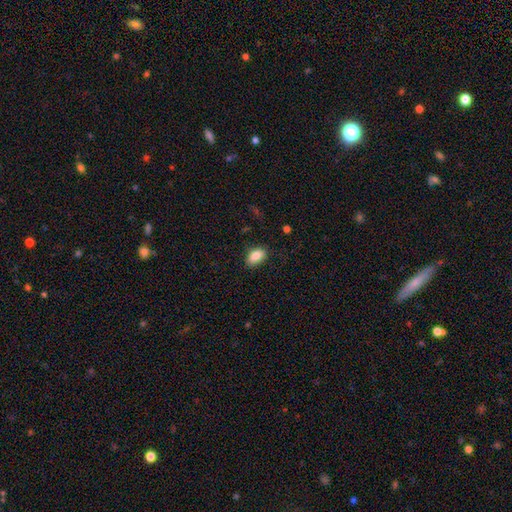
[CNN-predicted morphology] Smooth or featured? Predicted: smooth (p=0.85). How rounded? Predicted: in between (p=0.91). Merging? Predicted: none (p=0.83).